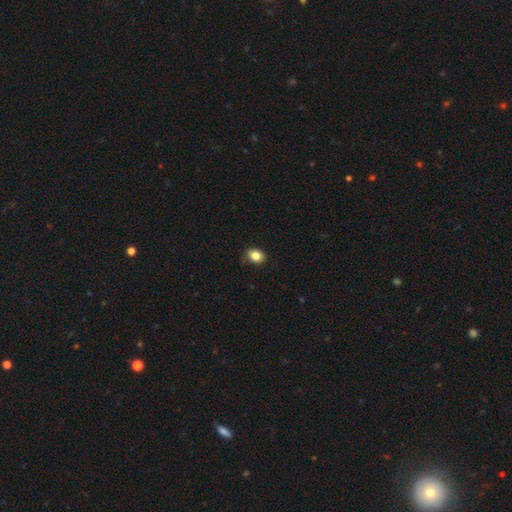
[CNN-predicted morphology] A smooth galaxy with no disk features (84%) that is in between round and cigar-shaped (62%).

Vote fractions:
- Smooth or featured? smooth: 84% / star or artifact: 9% / featured or disk: 6%
- How rounded? in between: 62% / round: 37% / cigar-shaped: 1%
- Merging? none: 77% / minor disturbance: 18% / major disturbance: 3% / merger: 1%